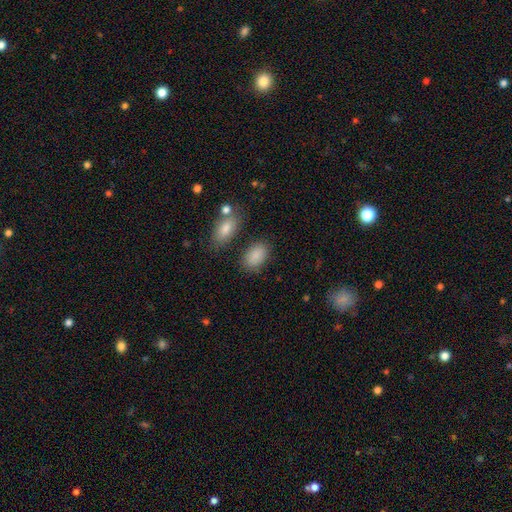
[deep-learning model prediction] Q: Smooth or featured?
A: smooth (88%); runner-up: star or artifact (7%)
Q: How rounded?
A: in between (92%); runner-up: round (7%)
Q: Merging?
A: none (77%); runner-up: minor disturbance (14%)